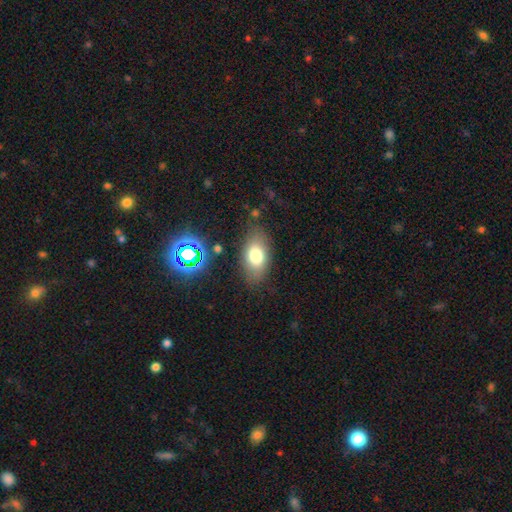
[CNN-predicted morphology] This appears to be a smooth galaxy with no disk features (73%) that is in between round and cigar-shaped (89%). Merging: none (79%).